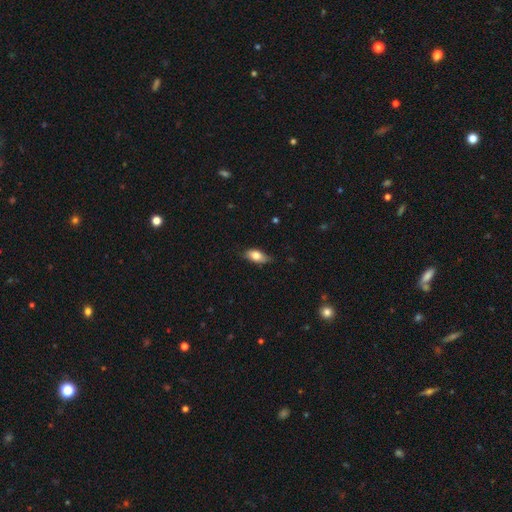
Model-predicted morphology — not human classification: Smooth or featured? smooth (76%)
How rounded? in between (87%)
Merging? none (71%)